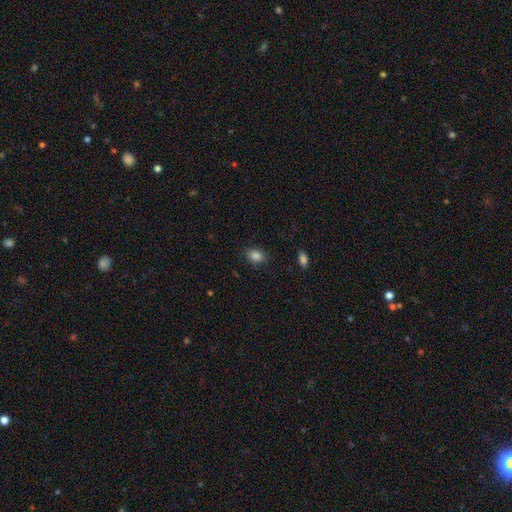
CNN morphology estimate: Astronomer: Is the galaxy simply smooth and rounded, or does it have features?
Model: smooth — 86%.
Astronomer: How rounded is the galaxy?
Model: in between — 77%.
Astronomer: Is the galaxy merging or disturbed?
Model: none — 85%.